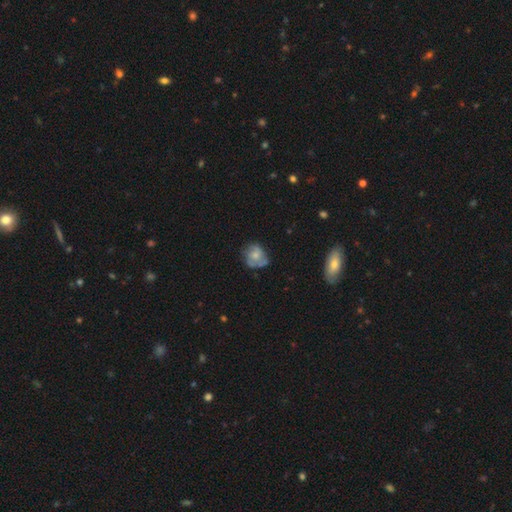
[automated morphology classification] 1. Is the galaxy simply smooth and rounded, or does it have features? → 50% smooth, 42% featured or disk, 8% star or artifact.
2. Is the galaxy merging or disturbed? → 49% none, 30% minor disturbance, 15% major disturbance, 5% merger.